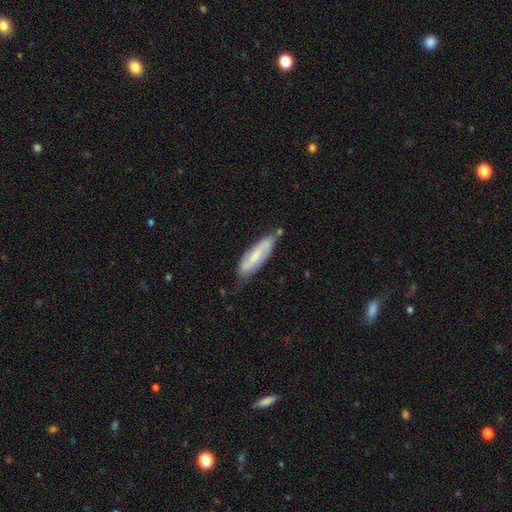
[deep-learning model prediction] Smooth or featured?
  - featured or disk: 54% *
  - smooth: 40%
  - star or artifact: 6%
Edge-on disk?
  - no: 79% *
  - yes: 21%
Merging?
  - none: 60% *
  - minor disturbance: 29%
  - major disturbance: 6%
  - merger: 5%